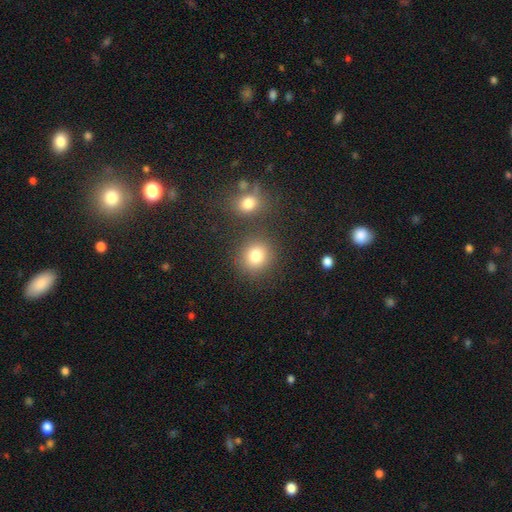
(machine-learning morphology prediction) This appears to be a smooth galaxy with no disk features (81%) that is round (82%). Merging: none (77%).